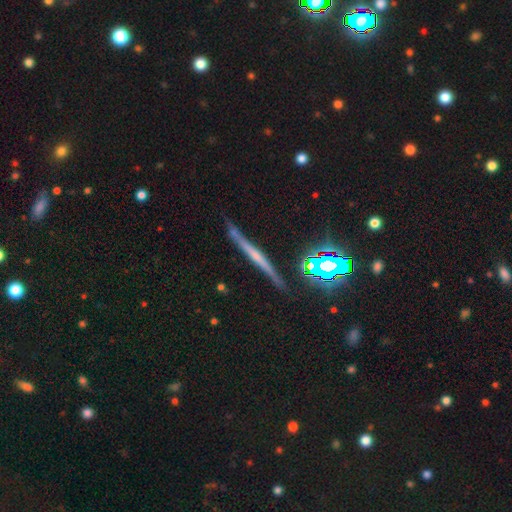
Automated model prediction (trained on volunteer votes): The model was most divided on "smooth or featured": featured or disk: 57%, smooth: 26%, star or artifact: 17%. More confident: edge-on disk — yes (95%); merging — none (83%); edge-on bulge — none (63%).